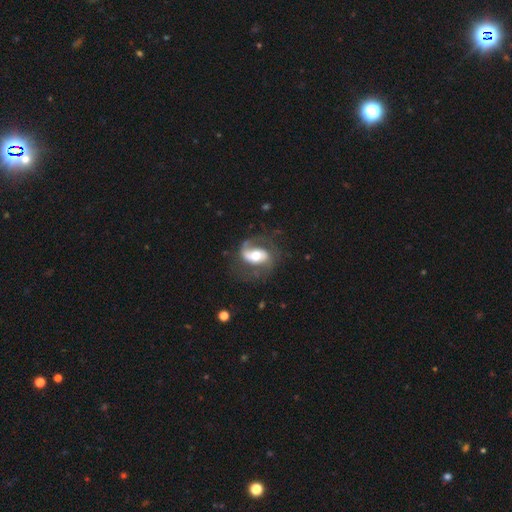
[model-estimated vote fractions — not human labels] Smooth or featured?
  - featured or disk: 76% *
  - smooth: 19%
  - star or artifact: 6%
Edge-on disk?
  - no: 96% *
  - yes: 4%
Bar?
  - no: 38% *
  - weak: 34%
  - strong: 28%
Spiral arms?
  - yes: 88% *
  - no: 12%
Spiral winding?
  - medium: 45% *
  - loose: 37%
  - tight: 19%
Spiral arm count?
  - 2: 73% *
  - 1: 19%
  - can't tell: 5%
  - 3: 1%
  - 4: 1%
  - more than 4: 1%
Bulge size?
  - moderate: 63% *
  - large: 22%
  - small: 12%
  - dominant: 3%
  - none: 1%
Merging?
  - none: 58% *
  - minor disturbance: 20%
  - major disturbance: 20%
  - merger: 2%